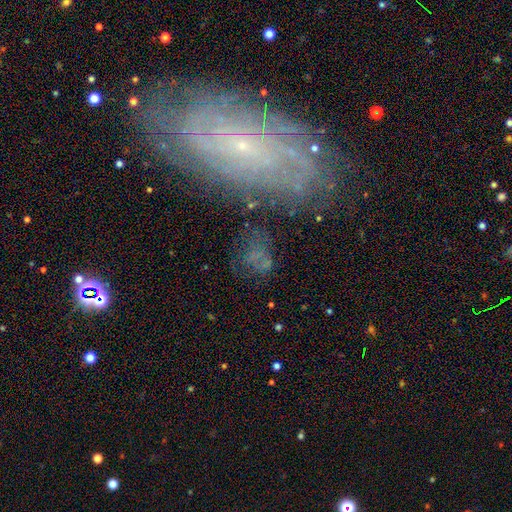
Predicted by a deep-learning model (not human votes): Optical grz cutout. It shows a featured or disk galaxy (58%) with no bar (68%), spiral arms (75%) and a small central bulge (70%). Merging: none (68%).